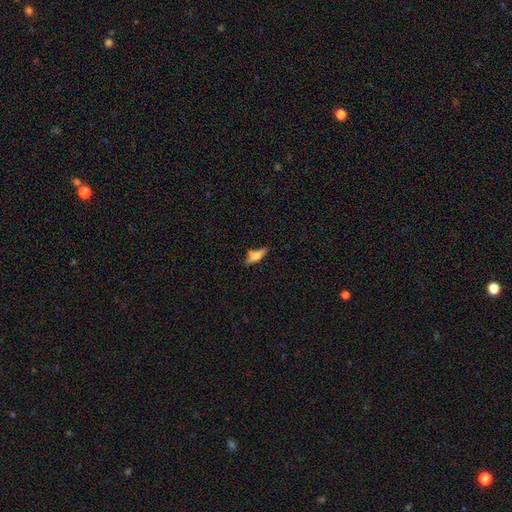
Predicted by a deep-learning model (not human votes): Smooth or featured? Predicted: smooth (p=0.58). How rounded? Predicted: cigar-shaped (p=0.49). Merging? Predicted: none (p=0.56).